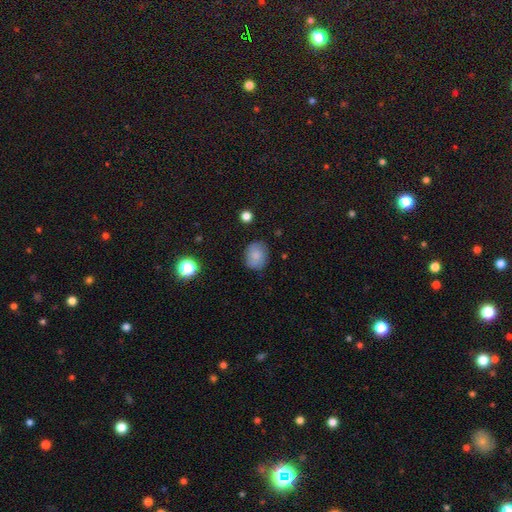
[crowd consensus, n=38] This appears to be a smooth galaxy with no disk features (89%) that is round (85%). Merging: none (81%).